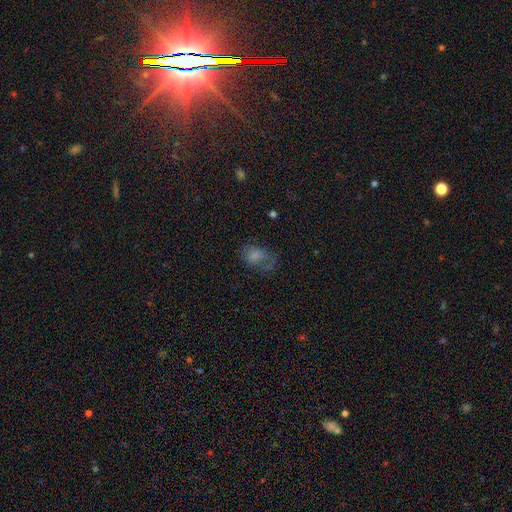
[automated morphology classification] This is likely a smooth galaxy (67%). How rounded: likely in between (72%). Merging: marginally none (36%).